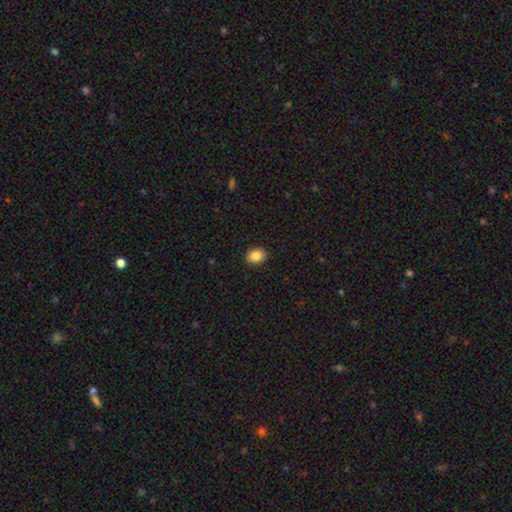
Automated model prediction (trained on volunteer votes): Smooth or featured: smooth — 87% (star or artifact — 8%)
How rounded: in between — 67% (round — 32%)
Merging: none — 90% (minor disturbance — 7%)